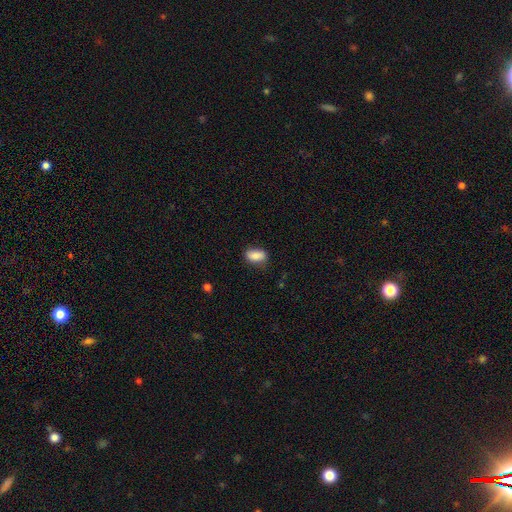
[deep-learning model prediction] A smooth galaxy with no disk features (87%) that is in between round and cigar-shaped (90%).

Vote fractions:
- Smooth or featured? smooth: 87% / star or artifact: 7% / featured or disk: 6%
- How rounded? in between: 90% / round: 7% / cigar-shaped: 3%
- Merging? none: 76% / minor disturbance: 18% / major disturbance: 4% / merger: 1%